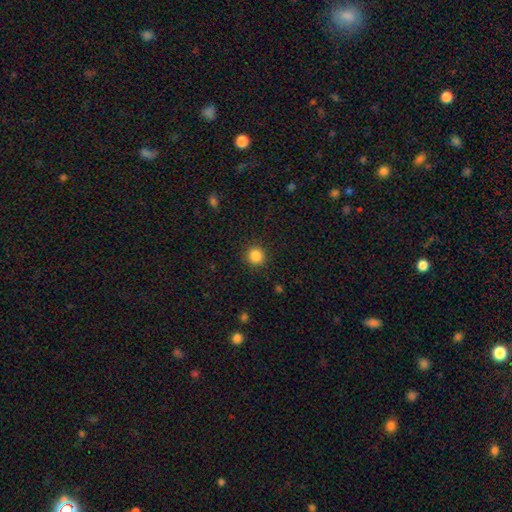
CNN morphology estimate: smooth 86%, star or artifact 11%, featured or disk 3%. Down the decision tree: how rounded — round (93%); merging — none (91%).